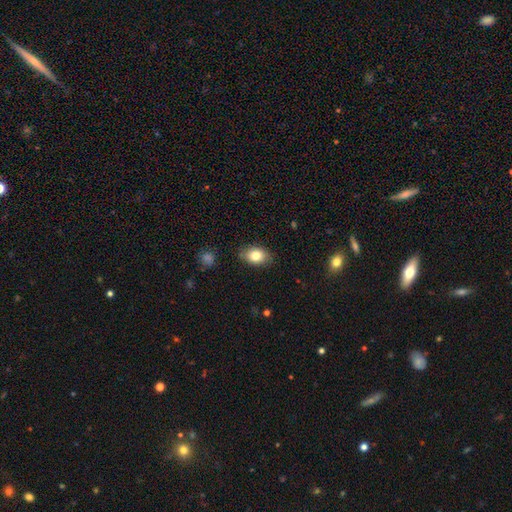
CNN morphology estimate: type=smooth (81%); roundness=in between (78%); merging=none (83%).